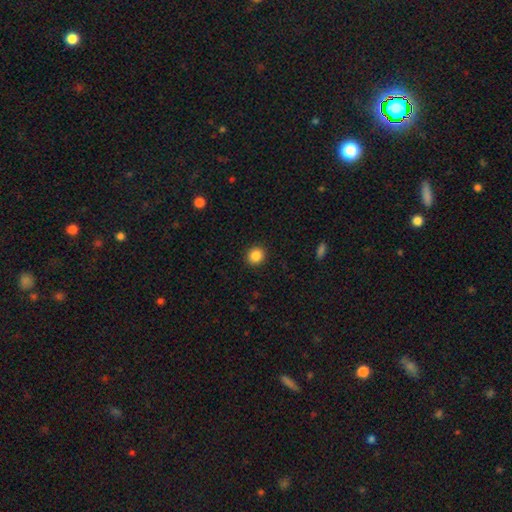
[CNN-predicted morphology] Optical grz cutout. It shows a smooth galaxy with no disk features (87%) that is round (91%). Merging: none (92%).